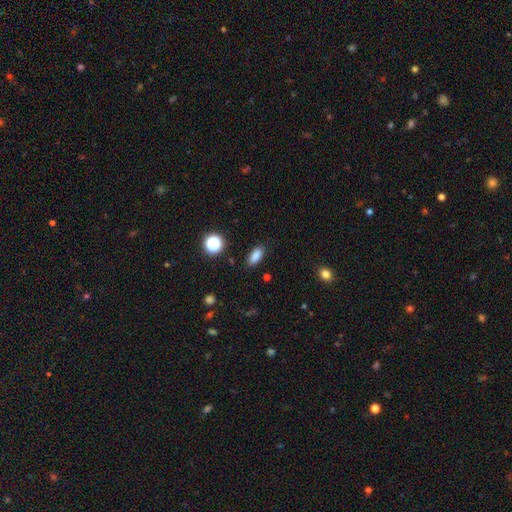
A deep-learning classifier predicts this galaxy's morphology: The model was most divided on "how rounded": in between: 78%, cigar-shaped: 15%, round: 6%. More confident: merging — none (87%); smooth or featured — smooth (83%).